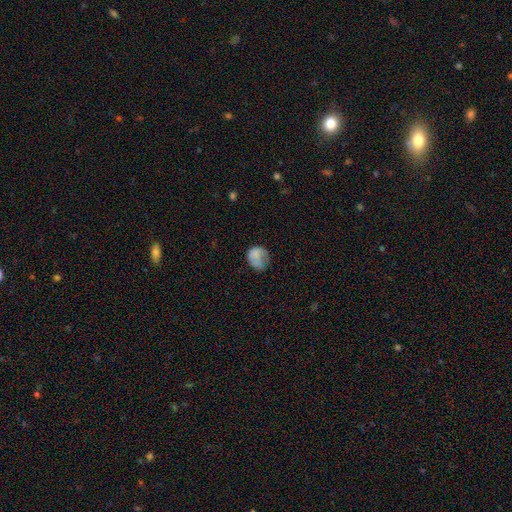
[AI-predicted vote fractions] Smooth or featured: smooth — 76% (featured or disk — 15%)
How rounded: round — 66% (in between — 33%)
Merging: none — 46% (minor disturbance — 32%)